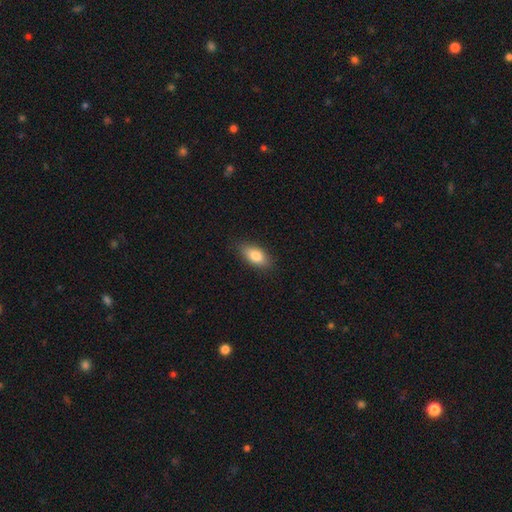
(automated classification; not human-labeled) This is clearly a smooth galaxy (83%). How rounded: clearly in between (88%). Merging: clearly none (85%).